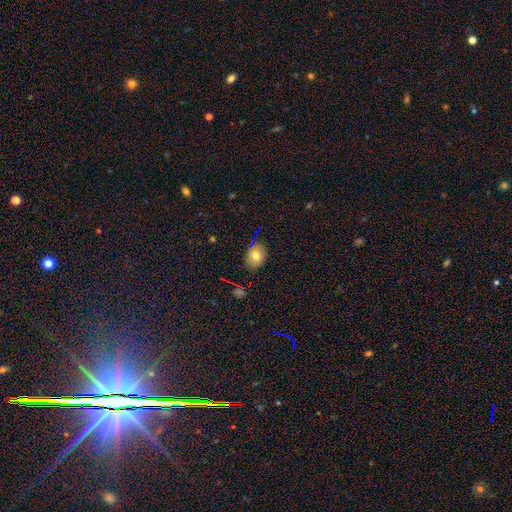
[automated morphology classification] Overall: smooth (75%). How rounded: round (58%; in between 41%). Merging: none (84%).